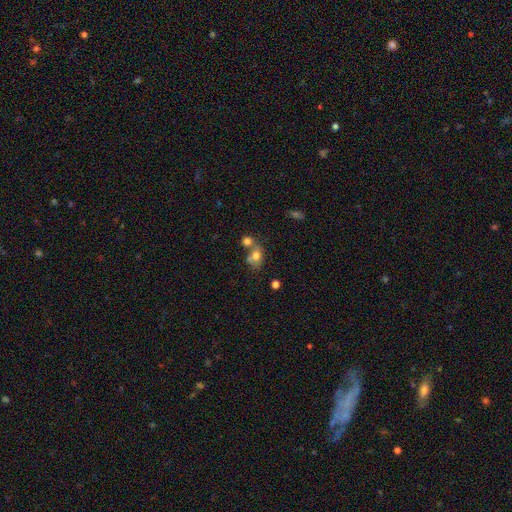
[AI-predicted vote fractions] Q: Smooth or featured?
A: smooth (71%); runner-up: featured or disk (17%)
Q: How rounded?
A: in between (54%); runner-up: round (44%)
Q: Merging?
A: merger (47%); runner-up: none (35%)